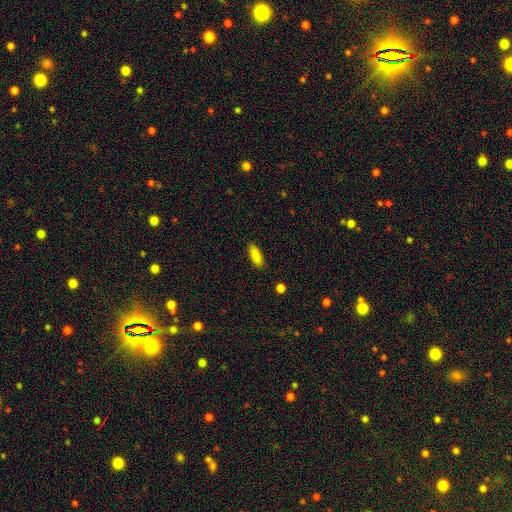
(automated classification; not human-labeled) Q: Smooth or featured?
A: smooth (87%); runner-up: star or artifact (7%)
Q: How rounded?
A: in between (64%); runner-up: cigar-shaped (34%)
Q: Merging?
A: none (87%); runner-up: minor disturbance (9%)